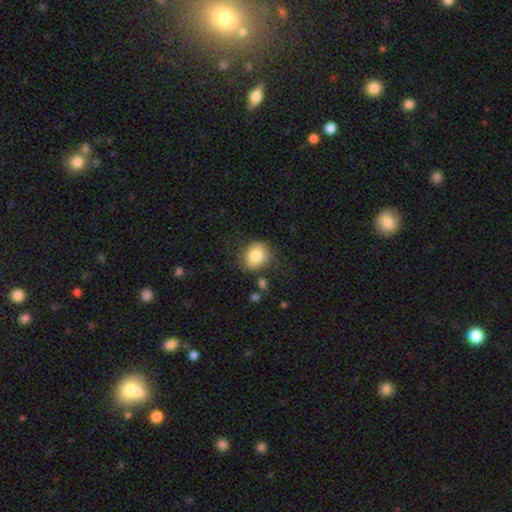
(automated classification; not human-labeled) smooth-or-featured: smooth: 80% | featured or disk: 11% | star or artifact: 8%
  how-rounded: round: 67% | in between: 32% | cigar-shaped: 1%
  merging: none: 74% | minor disturbance: 17% | major disturbance: 6% | merger: 3%